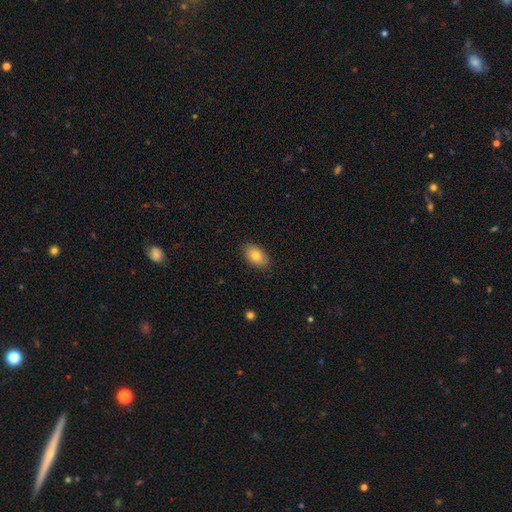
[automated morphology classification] smooth-or-featured: smooth: 82% | featured or disk: 11% | star or artifact: 7%
  how-rounded: in between: 92% | round: 7% | cigar-shaped: 2%
  merging: none: 88% | minor disturbance: 9% | major disturbance: 2% | merger: 1%